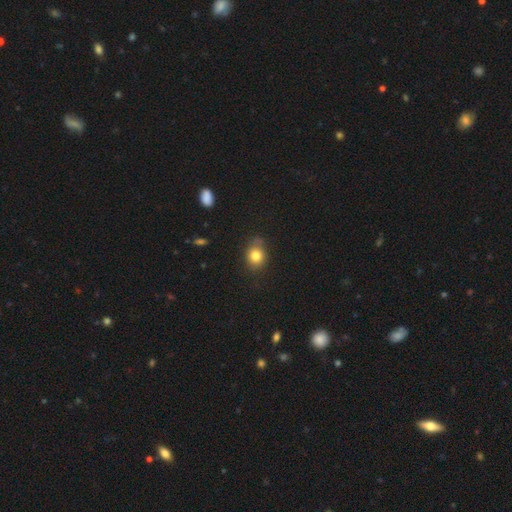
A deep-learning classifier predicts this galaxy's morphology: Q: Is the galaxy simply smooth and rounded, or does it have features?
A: smooth — 81%.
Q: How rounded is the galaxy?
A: round — 57%.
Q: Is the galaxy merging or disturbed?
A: none — 68%.